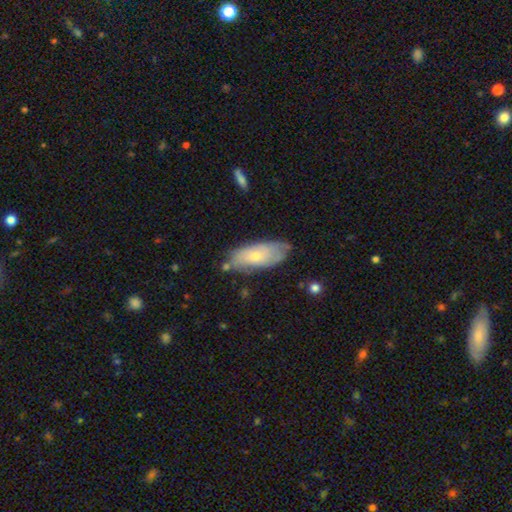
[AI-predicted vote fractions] The model was most divided on "smooth or featured": smooth: 53%, featured or disk: 41%, star or artifact: 6%. More confident: how rounded — in between (83%); merging — none (66%).